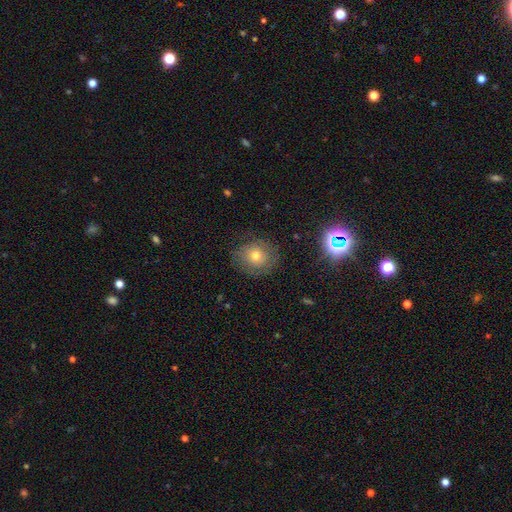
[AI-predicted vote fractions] Morphology: type=smooth (63%); roundness=round (83%); merging=none (80%).